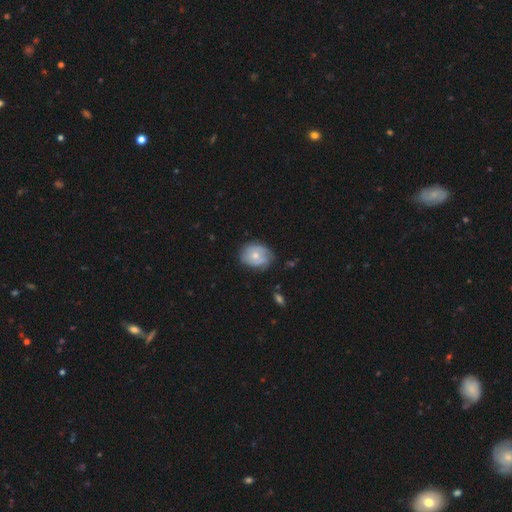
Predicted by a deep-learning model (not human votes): smooth_or_featured: smooth (p=0.48) [alt: featured or disk p=0.44]
merging: none (p=0.61) [alt: minor disturbance p=0.29]